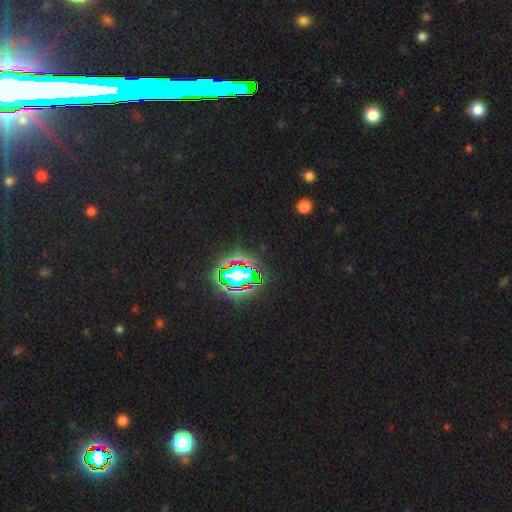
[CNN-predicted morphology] Smooth or featured? star or artifact (81%)